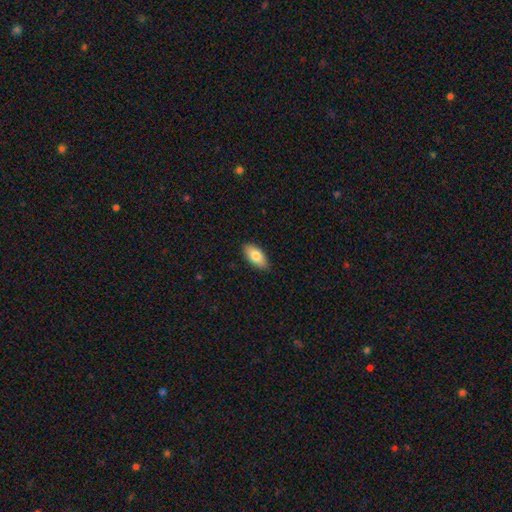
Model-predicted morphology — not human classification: Smooth or featured?
  - smooth: 81% *
  - featured or disk: 12%
  - star or artifact: 7%
How rounded?
  - in between: 92% *
  - cigar-shaped: 5%
  - round: 3%
Merging?
  - none: 87% *
  - minor disturbance: 10%
  - major disturbance: 2%
  - merger: 1%